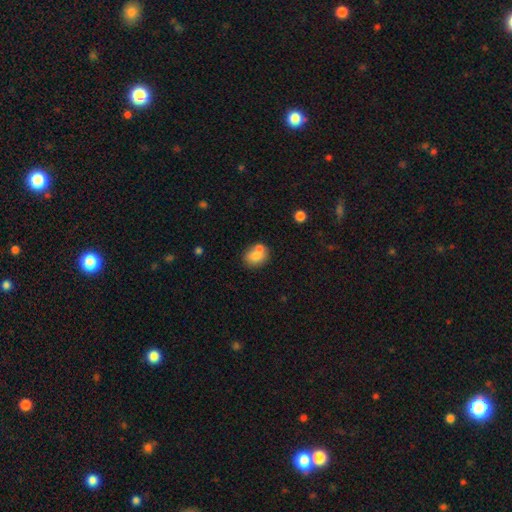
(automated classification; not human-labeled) This appears to be a smooth galaxy with no disk features (76%) that is round (54%). Merging: none (53%).